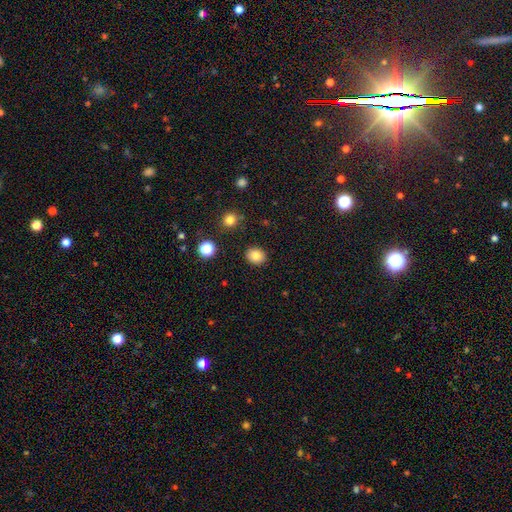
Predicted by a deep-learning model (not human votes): Q: Smooth or featured?
A: smooth (85%); runner-up: star or artifact (10%)
Q: How rounded?
A: round (63%); runner-up: in between (36%)
Q: Merging?
A: none (89%); runner-up: minor disturbance (7%)